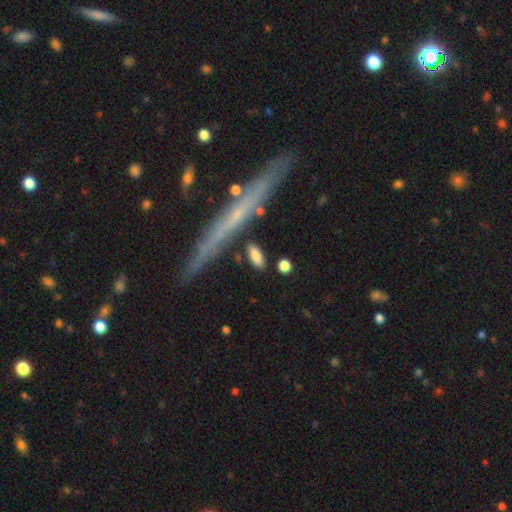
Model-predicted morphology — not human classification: Smooth or featured: smooth — 82% (featured or disk — 12%)
How rounded: in between — 76% (cigar-shaped — 20%)
Merging: none — 81% (minor disturbance — 11%)